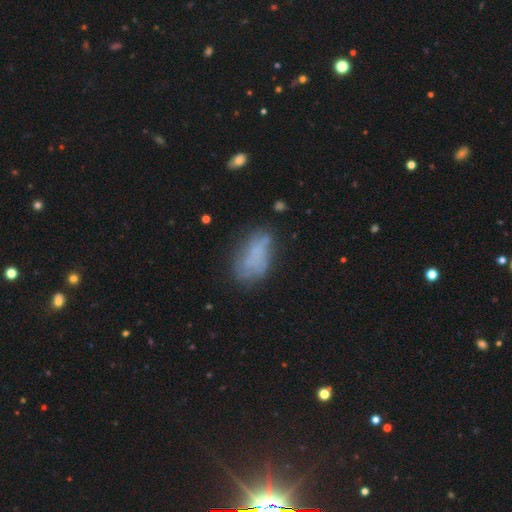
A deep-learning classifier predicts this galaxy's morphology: A smooth galaxy with no disk features (54%) that is in between round and cigar-shaped (89%).

Vote fractions:
- Smooth or featured? smooth: 54% / featured or disk: 35% / star or artifact: 11%
- How rounded? in between: 89% / cigar-shaped: 6% / round: 5%
- Merging? none: 49% / minor disturbance: 29% / major disturbance: 18% / merger: 5%